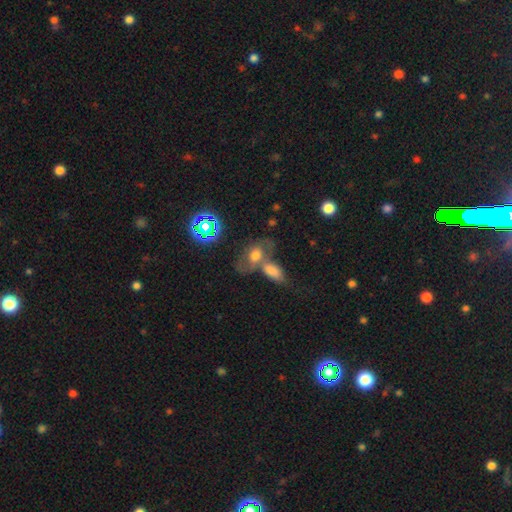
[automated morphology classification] Smooth or featured: smooth — 57% (featured or disk — 23%)
How rounded: in between — 82% (round — 15%)
Merging: merger — 58% (none — 25%)